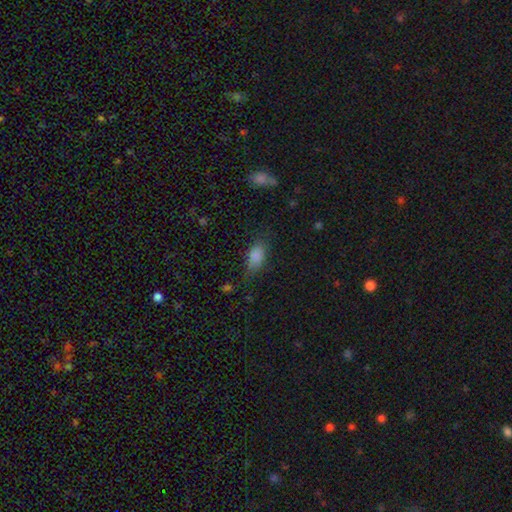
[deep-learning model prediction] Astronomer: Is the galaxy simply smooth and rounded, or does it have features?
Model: smooth — 82%.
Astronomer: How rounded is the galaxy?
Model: in between — 86%.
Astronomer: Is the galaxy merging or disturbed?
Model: none — 63%.